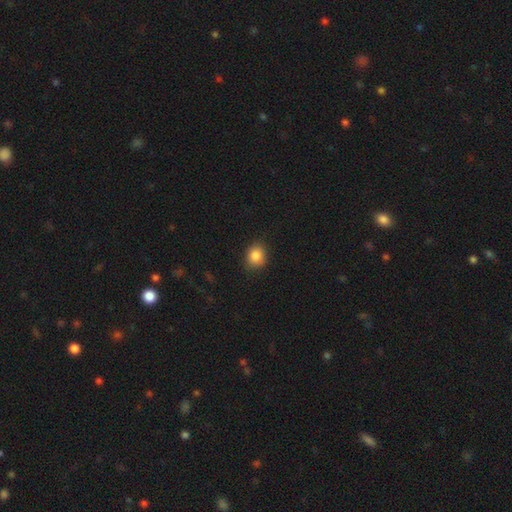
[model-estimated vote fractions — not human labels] This appears to be a smooth galaxy with no disk features (85%) that is round (61%). Merging: none (86%).